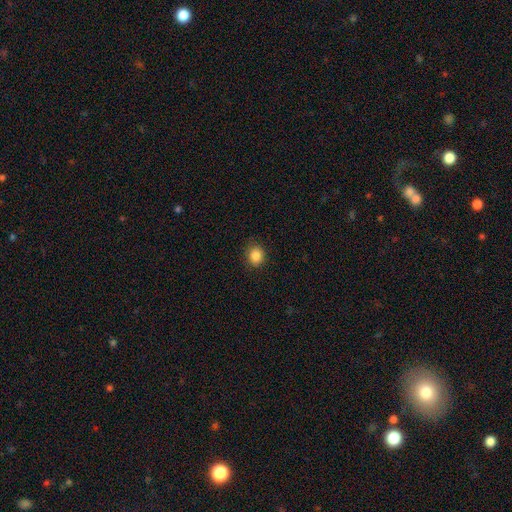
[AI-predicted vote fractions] Smooth or featured?
  - smooth: 86% *
  - star or artifact: 10%
  - featured or disk: 4%
How rounded?
  - round: 76% *
  - in between: 23%
  - cigar-shaped: 1%
Merging?
  - none: 85% *
  - minor disturbance: 11%
  - major disturbance: 3%
  - merger: 1%